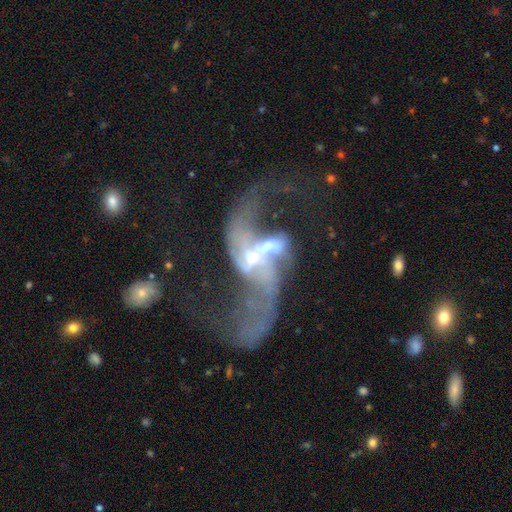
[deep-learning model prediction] Smooth or featured? Predicted: featured or disk (p=0.81). Edge-on disk? Predicted: no (p=0.96). Bar? Predicted: no (p=0.48). Spiral arms? Predicted: yes (p=0.82). Spiral winding? Predicted: loose (p=0.85). Spiral arm count? Predicted: 2 (p=0.77). Bulge size? Predicted: moderate (p=0.45). Merging? Predicted: merger (p=0.64).